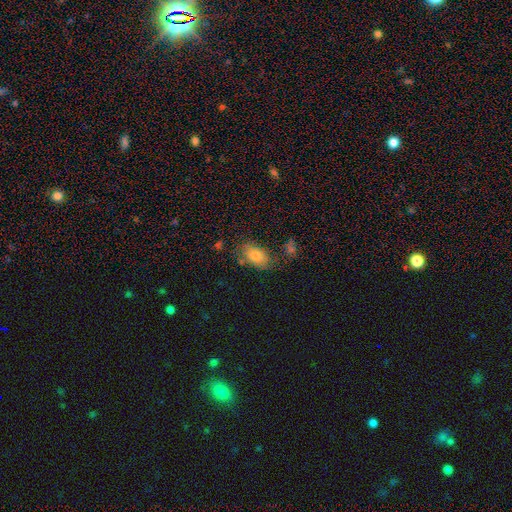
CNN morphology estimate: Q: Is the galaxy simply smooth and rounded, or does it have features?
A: smooth — 75%.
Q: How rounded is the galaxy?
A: in between — 88%.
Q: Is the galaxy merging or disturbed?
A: none — 71%.